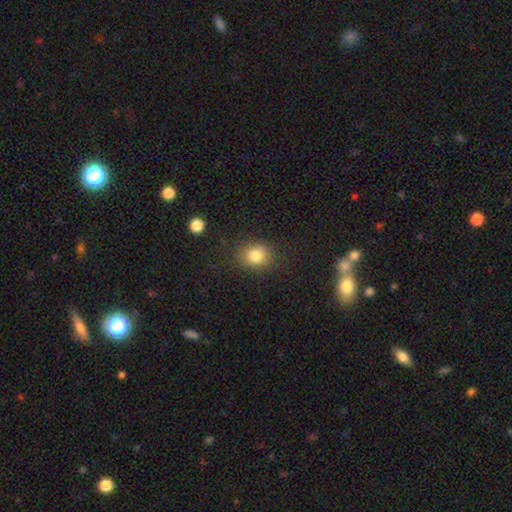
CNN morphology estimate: A smooth galaxy with no disk features (82%) that is round (64%). Merging: none (83%).